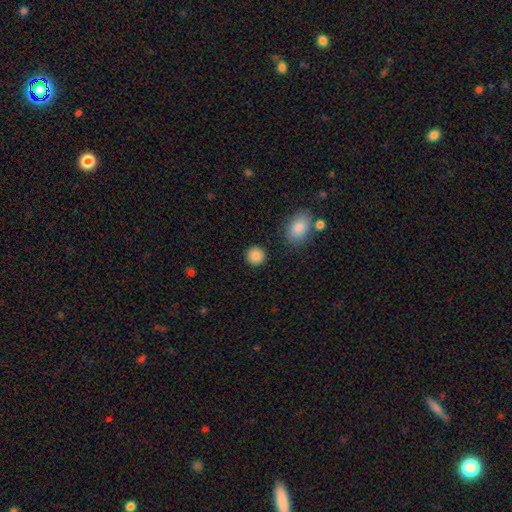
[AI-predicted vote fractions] A smooth galaxy with no disk features (88%) that is round (91%). Merging: none (89%).